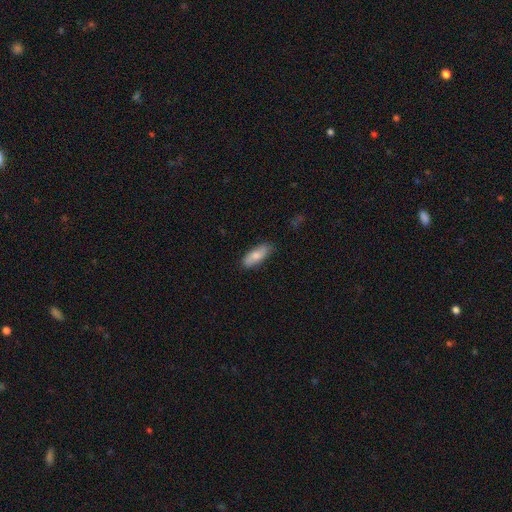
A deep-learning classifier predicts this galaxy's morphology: The model was most divided on "how rounded": in between: 74%, cigar-shaped: 24%, round: 2%. More confident: merging — none (81%); smooth or featured — smooth (76%).